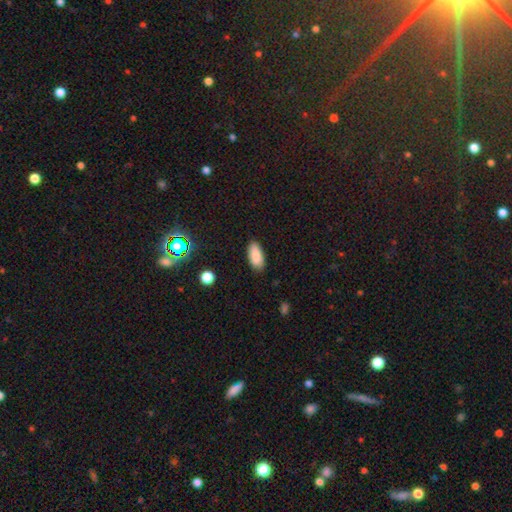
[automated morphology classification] This appears to be a smooth galaxy with no disk features (87%) that is in between round and cigar-shaped (88%). Merging: none (86%).